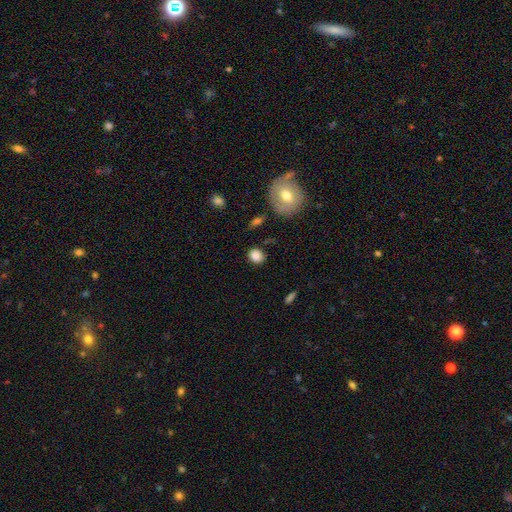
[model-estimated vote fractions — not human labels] Q: Smooth or featured?
A: smooth (85%); runner-up: star or artifact (9%)
Q: How rounded?
A: round (52%); runner-up: in between (46%)
Q: Merging?
A: none (78%); runner-up: minor disturbance (15%)